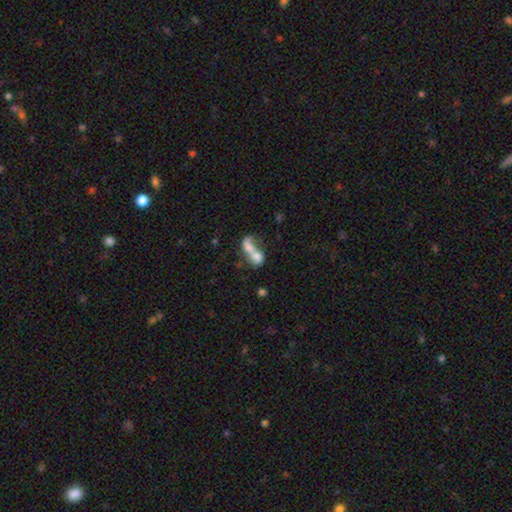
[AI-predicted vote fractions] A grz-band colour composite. It shows a smooth galaxy with no disk features (61%) that is in between round and cigar-shaped (68%). Merging: merger (73%).